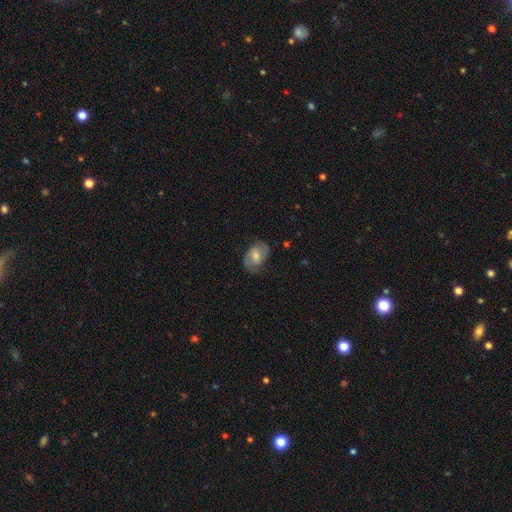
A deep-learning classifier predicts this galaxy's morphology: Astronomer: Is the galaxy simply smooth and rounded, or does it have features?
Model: smooth — 46%, tied with featured or disk at 46%.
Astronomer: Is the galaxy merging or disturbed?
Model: none — 68%.